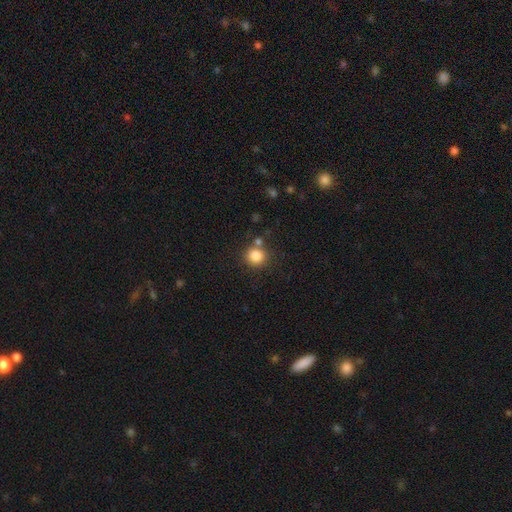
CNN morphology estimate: smooth-or-featured: smooth: 85% | star or artifact: 11% | featured or disk: 4%
  how-rounded: round: 88% | in between: 11% | cigar-shaped: 1%
  merging: none: 73% | merger: 12% | minor disturbance: 10% | major disturbance: 4%